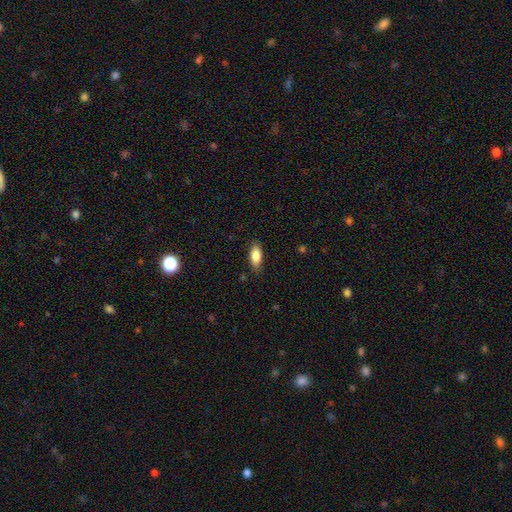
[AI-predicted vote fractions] A smooth galaxy with no disk features (84%) that is in between round and cigar-shaped (83%).

Vote fractions:
- Smooth or featured? smooth: 84% / featured or disk: 9% / star or artifact: 7%
- How rounded? in between: 83% / cigar-shaped: 15% / round: 3%
- Merging? none: 84% / minor disturbance: 12% / major disturbance: 3% / merger: 1%